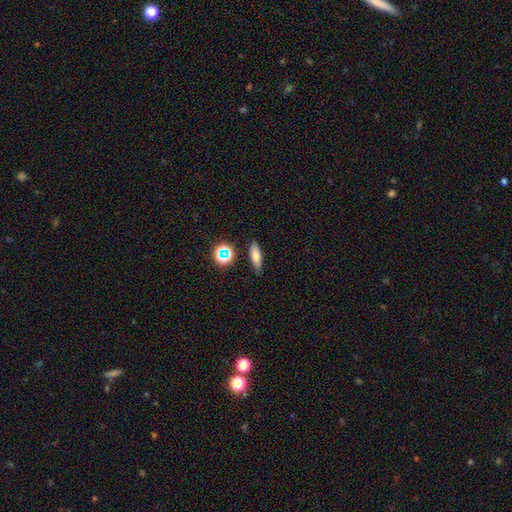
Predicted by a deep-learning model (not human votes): The model was most divided on "how rounded": in between: 51%, cigar-shaped: 42%, round: 7%. More confident: merging — none (85%); smooth or featured — smooth (69%).